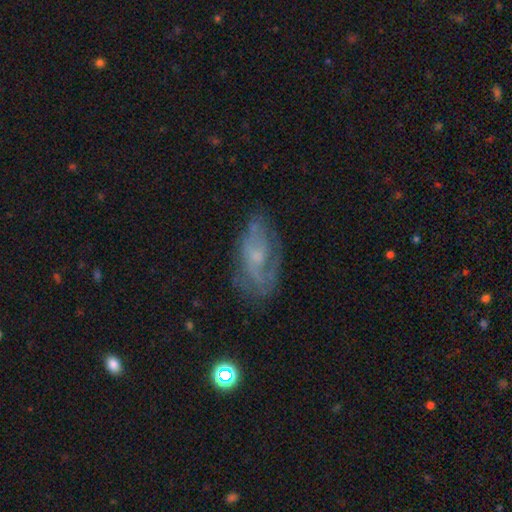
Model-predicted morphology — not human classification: Overall: featured or disk (63%; smooth 27%). Edge-on disk: no (92%). Bar: no (71%). Spiral arms: yes (70%; no 30%). Bulge size: small (59%; moderate 26%). Merging: none (57%; minor disturbance 25%).